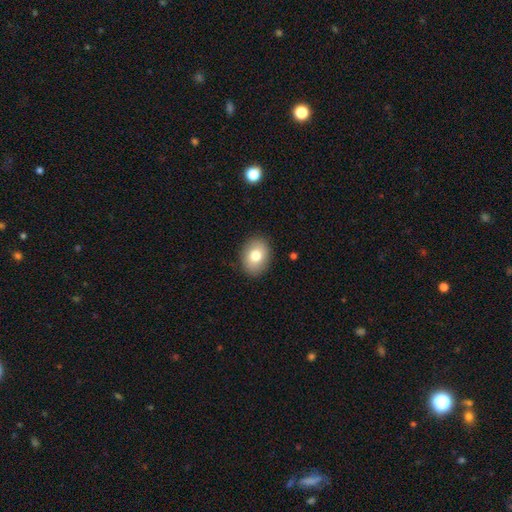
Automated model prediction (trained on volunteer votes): smooth_or_featured: smooth (p=0.78) [alt: featured or disk p=0.13]
how_rounded: in between (p=0.65) [alt: round p=0.34]
merging: none (p=0.89) [alt: minor disturbance p=0.08]